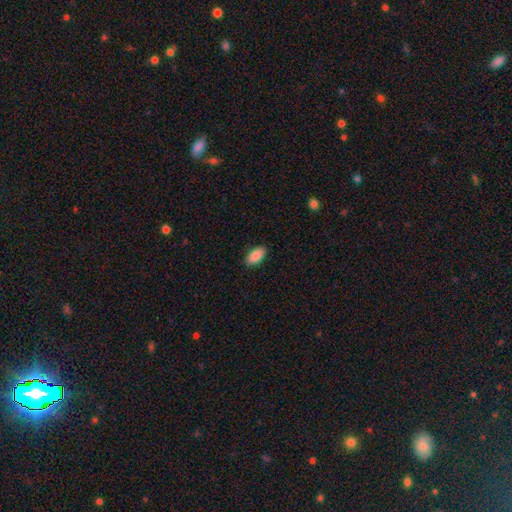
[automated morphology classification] Smooth or featured: smooth — 89% (star or artifact — 6%)
How rounded: in between — 93% (cigar-shaped — 4%)
Merging: none — 89% (minor disturbance — 8%)